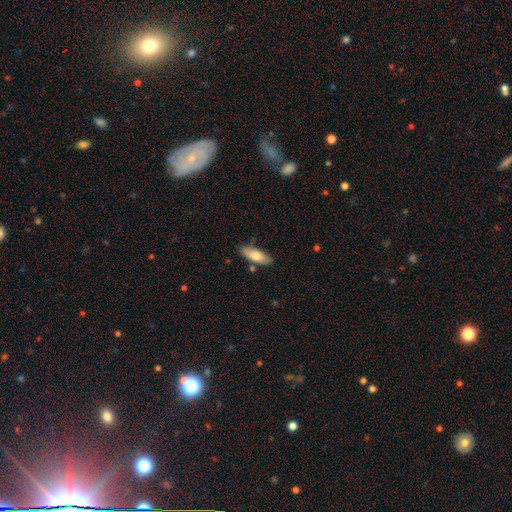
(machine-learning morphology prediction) Smooth or featured? Predicted: smooth (p=0.74). How rounded? Predicted: in between (p=0.61). Merging? Predicted: none (p=0.79).